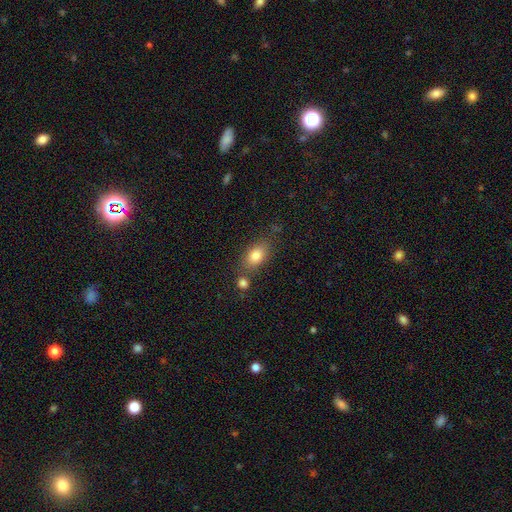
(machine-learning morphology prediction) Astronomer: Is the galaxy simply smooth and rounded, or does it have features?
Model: smooth — 82%.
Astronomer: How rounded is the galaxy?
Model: in between — 82%.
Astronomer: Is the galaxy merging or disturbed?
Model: none — 66%.